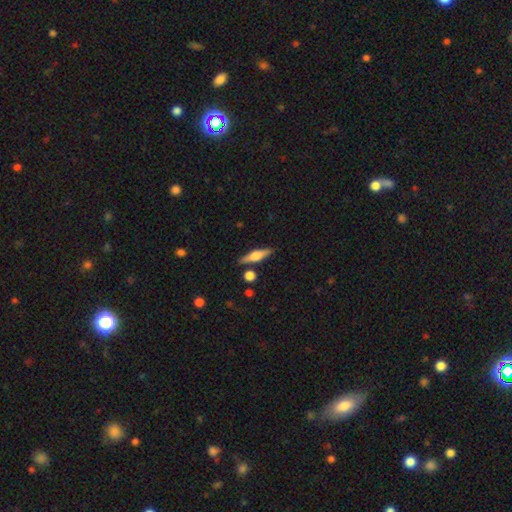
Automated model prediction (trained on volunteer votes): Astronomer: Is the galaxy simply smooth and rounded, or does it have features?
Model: featured or disk — 51% (runner-up: smooth, 42%).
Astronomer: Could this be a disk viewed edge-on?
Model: yes — 95%.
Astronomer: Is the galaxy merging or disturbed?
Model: none — 85%.